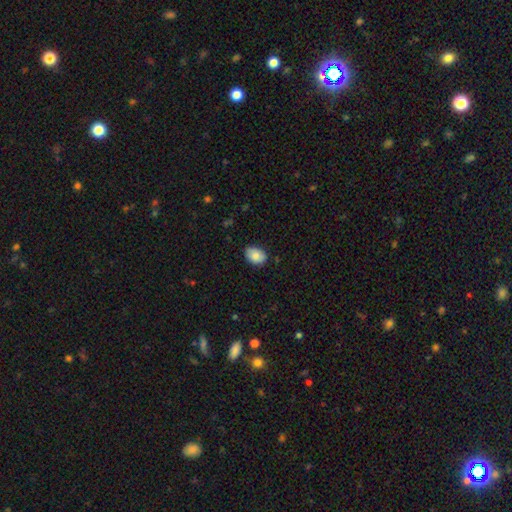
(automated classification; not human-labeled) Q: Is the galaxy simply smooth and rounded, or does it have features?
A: smooth — 81%.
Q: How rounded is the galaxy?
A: in between — 79%.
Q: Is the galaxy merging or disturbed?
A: none — 82%.